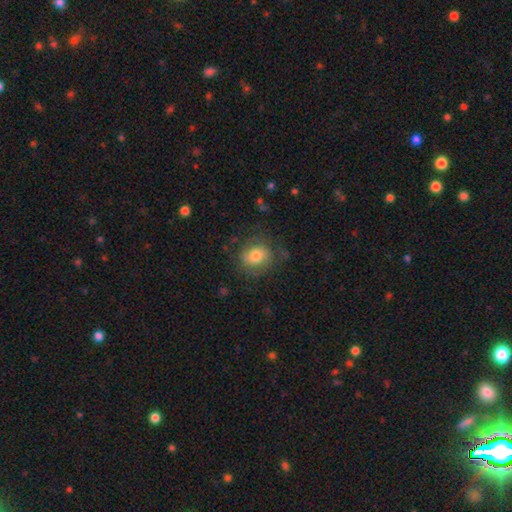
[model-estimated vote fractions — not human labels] A smooth galaxy with no disk features (70%) that is round (65%). Merging: none (67%).